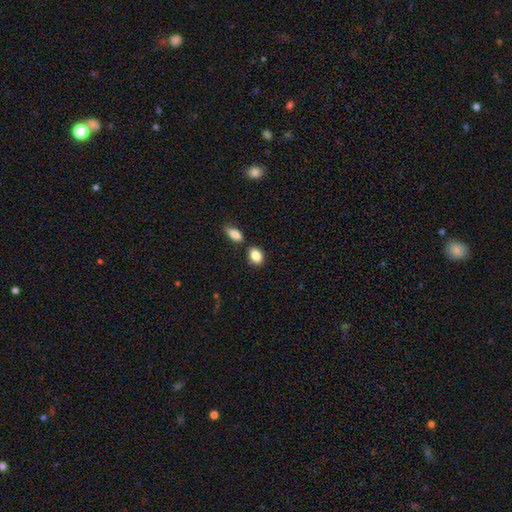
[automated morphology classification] smooth 86%, star or artifact 8%, featured or disk 6%. Down the decision tree: how rounded — in between (79%); merging — none (71%).